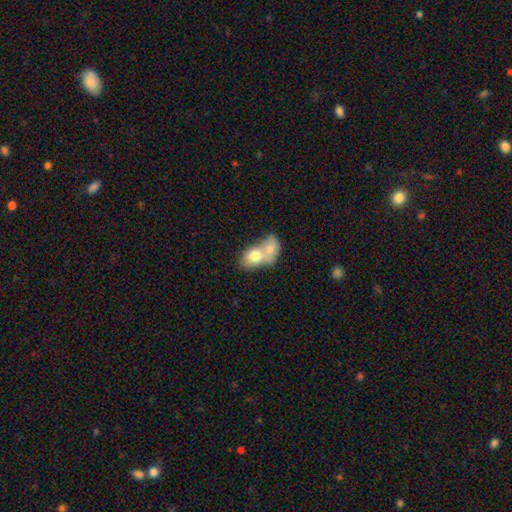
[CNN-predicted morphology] type=smooth (71%); roundness=in between (76%); merging=merger (77%).